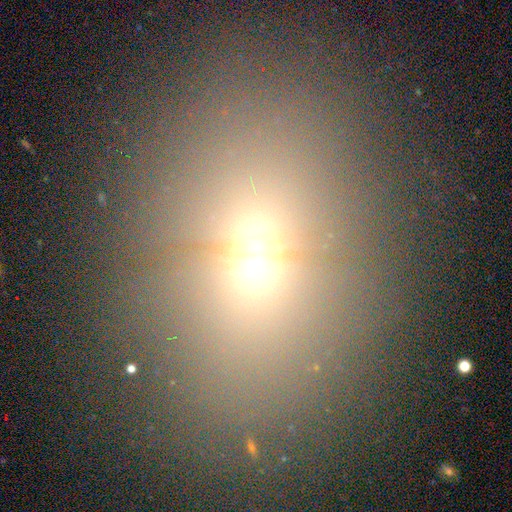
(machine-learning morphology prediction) Overall: smooth (57%; star or artifact 26%). How rounded: in between (65%; round 30%). Merging: none (65%).